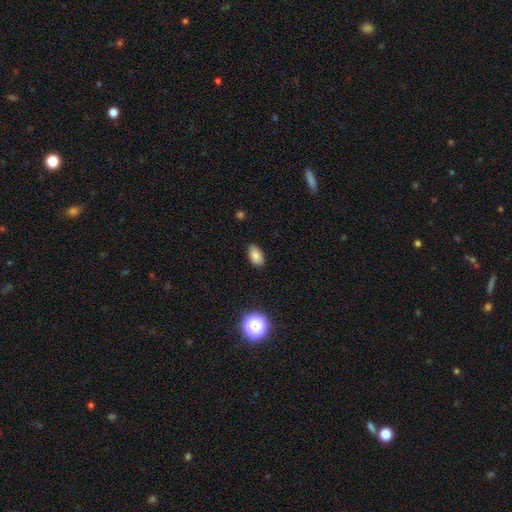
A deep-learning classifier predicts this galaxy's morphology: A smooth galaxy with no disk features (82%) that is in between round and cigar-shaped (91%).

Vote fractions:
- Smooth or featured? smooth: 82% / star or artifact: 11% / featured or disk: 7%
- How rounded? in between: 91% / round: 7% / cigar-shaped: 2%
- Merging? none: 86% / minor disturbance: 10% / major disturbance: 2% / merger: 1%